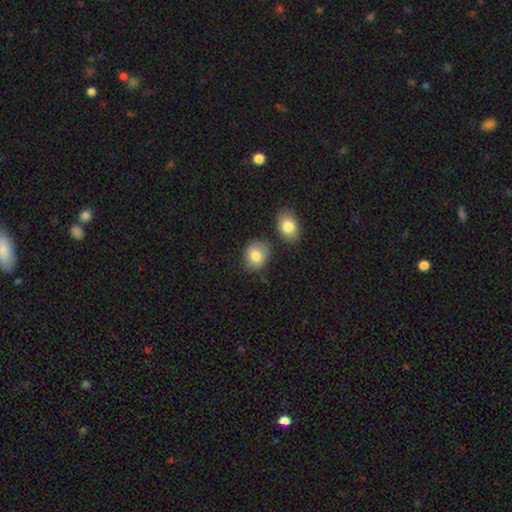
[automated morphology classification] Smooth or featured? smooth (82%)
How rounded? round (55%)
Merging? none (73%)